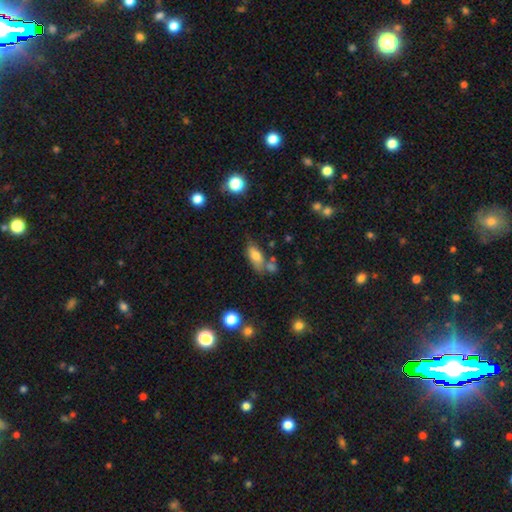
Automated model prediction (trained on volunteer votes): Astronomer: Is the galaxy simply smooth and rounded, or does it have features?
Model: smooth — 73%.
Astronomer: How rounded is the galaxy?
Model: in between — 82%.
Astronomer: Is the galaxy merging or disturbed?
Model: none — 51%.